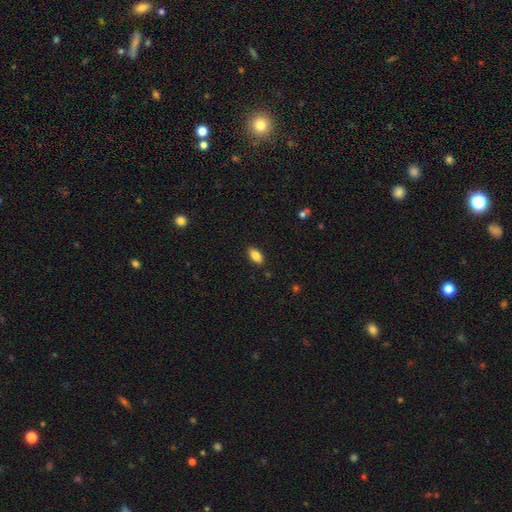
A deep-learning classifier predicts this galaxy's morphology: This is clearly a smooth galaxy (84%). How rounded: clearly in between (91%). Merging: clearly none (87%).